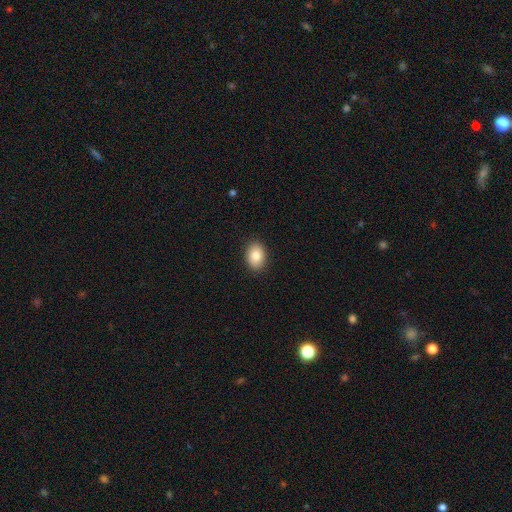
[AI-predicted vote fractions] smooth-or-featured: smooth: 85% | star or artifact: 8% | featured or disk: 7%
  how-rounded: in between: 76% | round: 23% | cigar-shaped: 1%
  merging: none: 90% | minor disturbance: 7% | major disturbance: 2% | merger: 1%